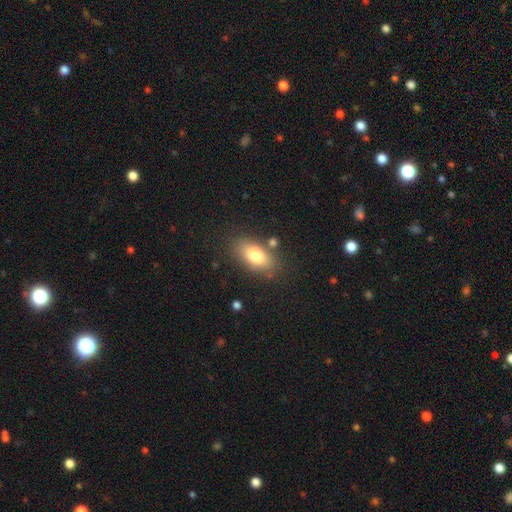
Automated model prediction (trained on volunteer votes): Smooth or featured?
  - smooth: 76% *
  - featured or disk: 15%
  - star or artifact: 9%
How rounded?
  - in between: 87% *
  - round: 9%
  - cigar-shaped: 4%
Merging?
  - none: 76% *
  - minor disturbance: 13%
  - merger: 6%
  - major disturbance: 5%